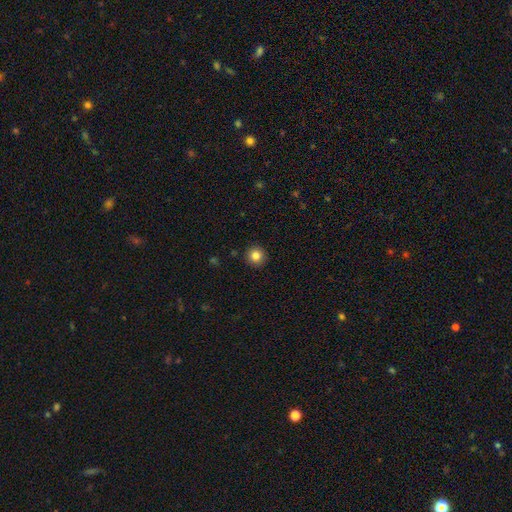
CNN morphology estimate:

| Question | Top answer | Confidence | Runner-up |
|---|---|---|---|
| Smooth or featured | smooth | 84% | star or artifact (11%) |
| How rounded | round | 94% | in between (5%) |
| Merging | none | 92% | minor disturbance (5%) |